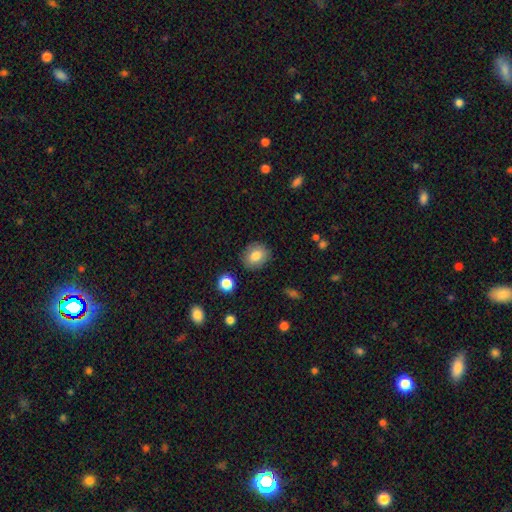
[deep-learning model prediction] smooth_or_featured: smooth (p=0.82) [alt: featured or disk p=0.10]
how_rounded: round (p=0.64) [alt: in between p=0.35]
merging: none (p=0.86) [alt: minor disturbance p=0.09]